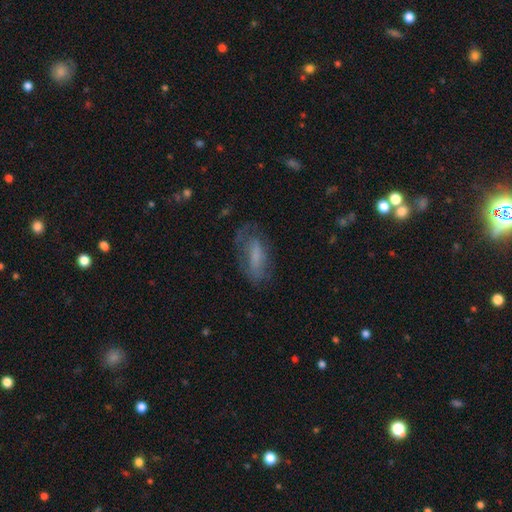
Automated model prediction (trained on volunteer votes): smooth-or-featured: smooth: 50% | featured or disk: 40% | star or artifact: 10%
  how-rounded: in between: 75% | cigar-shaped: 21% | round: 3%
  merging: none: 54% | minor disturbance: 24% | major disturbance: 20% | merger: 2%